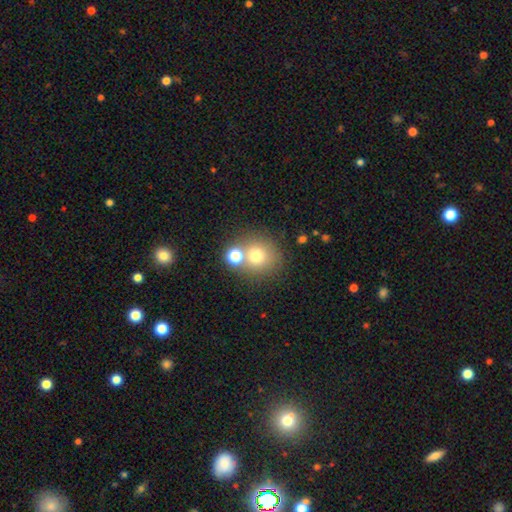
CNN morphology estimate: Smooth or featured: smooth — 71% (star or artifact — 16%)
How rounded: round — 89% (in between — 10%)
Merging: none — 63% (merger — 24%)